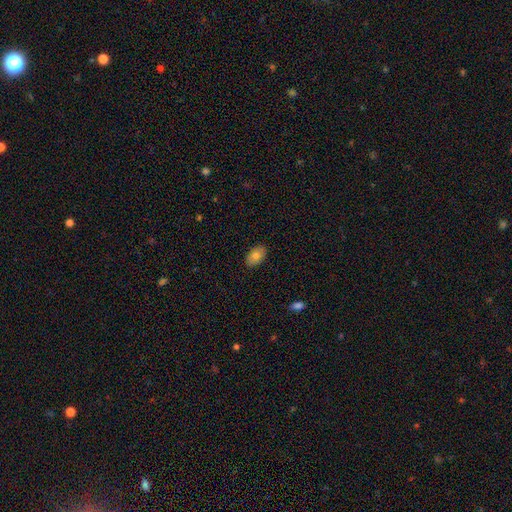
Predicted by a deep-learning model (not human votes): The model was most divided on "smooth or featured": smooth: 79%, featured or disk: 13%, star or artifact: 7%. More confident: how rounded — in between (91%); merging — none (88%).